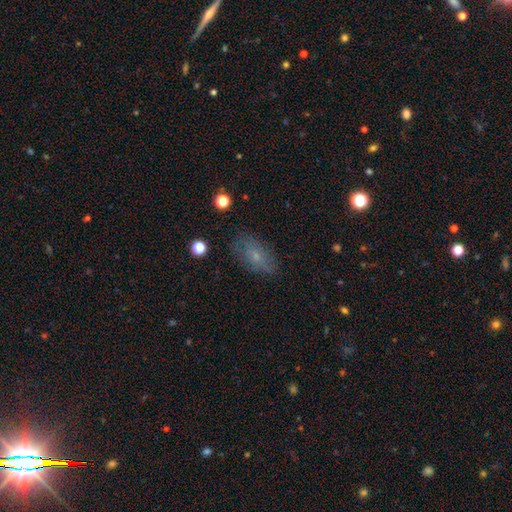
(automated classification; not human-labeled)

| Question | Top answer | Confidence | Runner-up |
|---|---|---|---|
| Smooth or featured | smooth | 59% | featured or disk (30%) |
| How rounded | in between | 88% | round (7%) |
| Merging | none | 76% | minor disturbance (17%) |